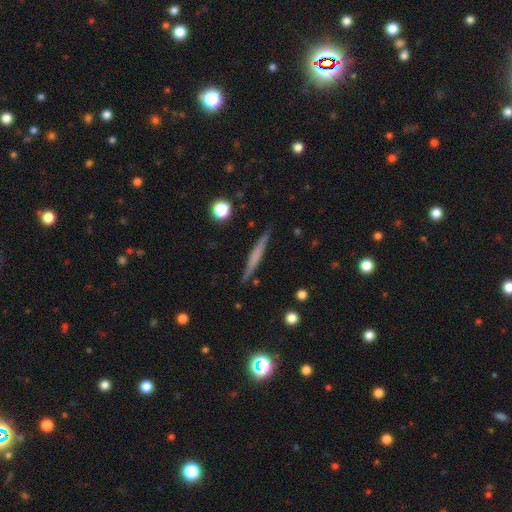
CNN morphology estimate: Smooth or featured? featured or disk (48%)
Merging? none (89%)